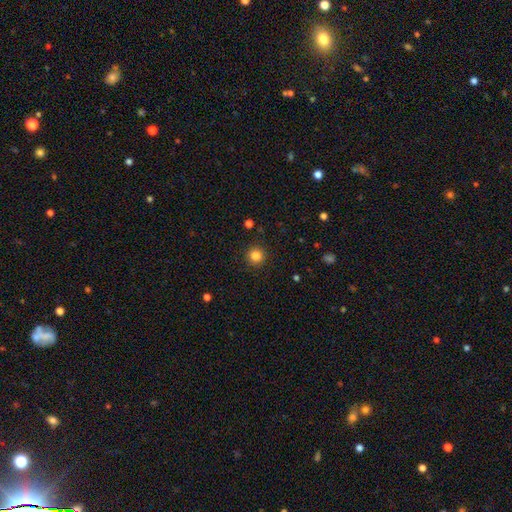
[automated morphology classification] This appears to be a smooth galaxy with no disk features (84%) that is round (95%). Merging: none (91%).